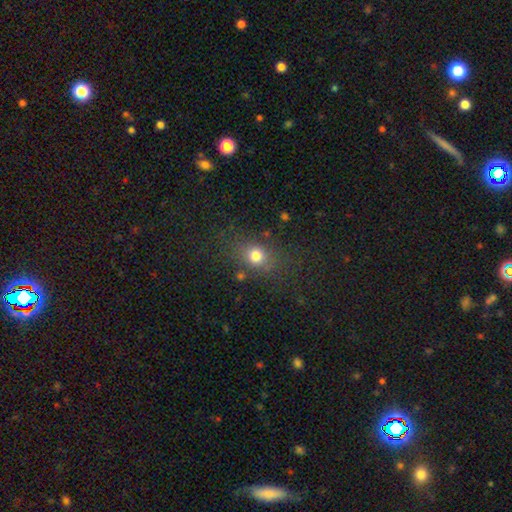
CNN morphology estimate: Q: Smooth or featured?
A: smooth (75%); runner-up: star or artifact (16%)
Q: How rounded?
A: round (60%); runner-up: in between (38%)
Q: Merging?
A: none (77%); runner-up: minor disturbance (13%)